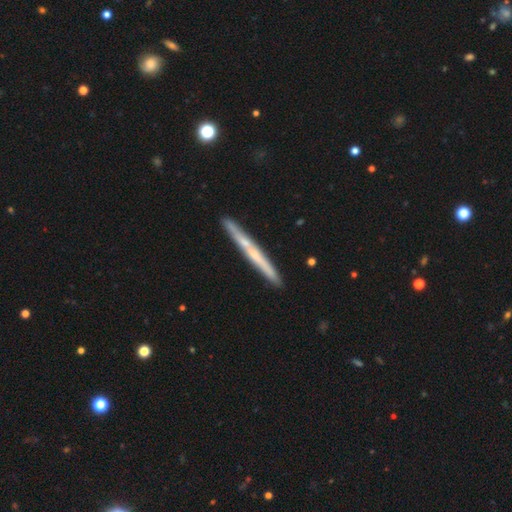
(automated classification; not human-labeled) Morphology: type=featured or disk (60%); edge-on=yes (96%); edge-on bulge=none (66%); merging=none (89%).